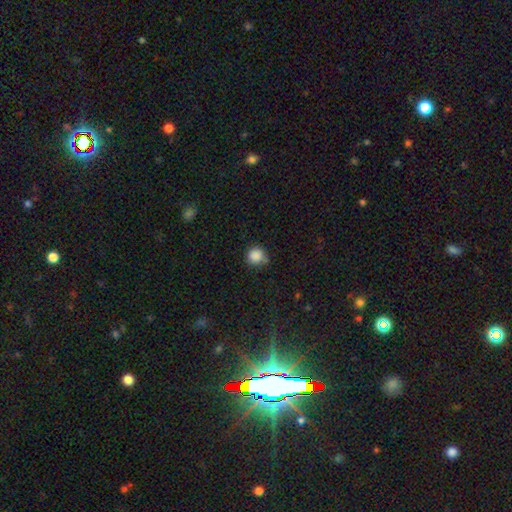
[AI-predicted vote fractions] This appears to be a smooth galaxy with no disk features (86%) that is round (92%). Merging: none (70%).